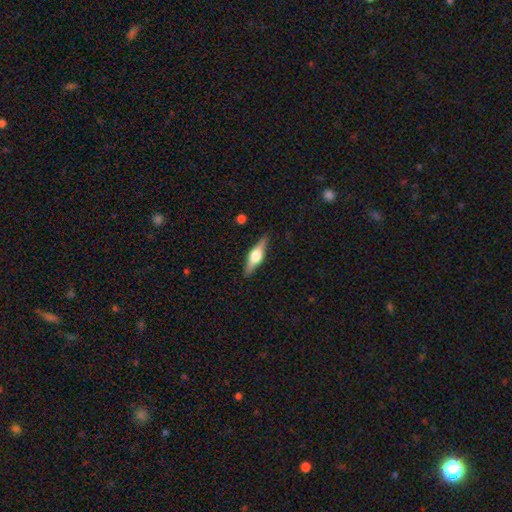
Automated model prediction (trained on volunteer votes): Smooth or featured? Predicted: featured or disk (p=0.70). Edge-on disk? Predicted: yes (p=0.97). Edge-on bulge? Predicted: rounded (p=0.94). Merging? Predicted: none (p=0.89).